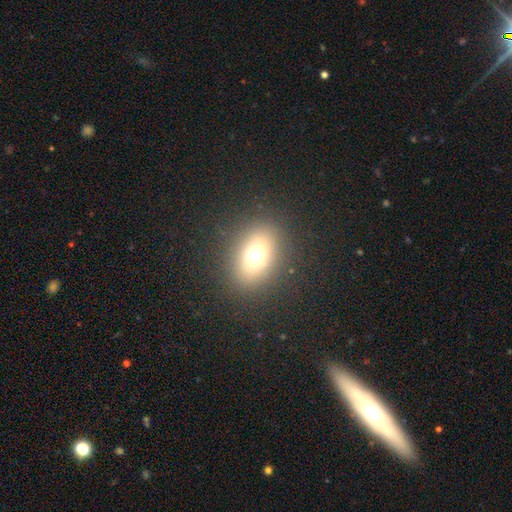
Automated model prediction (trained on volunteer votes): A smooth galaxy with no disk features (65%) that is in between round and cigar-shaped (51%).

Vote fractions:
- Smooth or featured? smooth: 65% / star or artifact: 21% / featured or disk: 14%
- How rounded? in between: 51% / round: 47% / cigar-shaped: 2%
- Merging? none: 86% / minor disturbance: 8% / major disturbance: 5% / merger: 1%